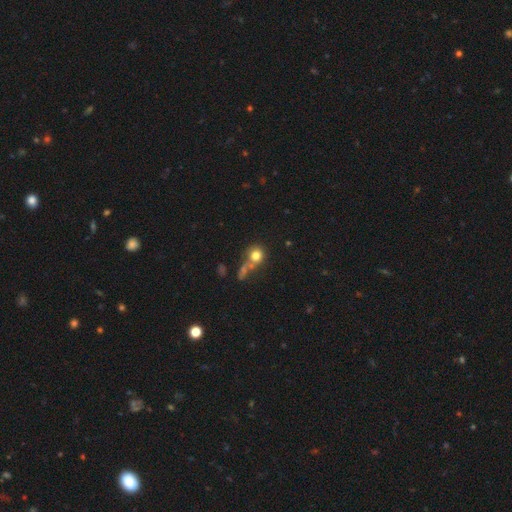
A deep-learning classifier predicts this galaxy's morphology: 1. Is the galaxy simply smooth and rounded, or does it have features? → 76% smooth, 12% star or artifact, 12% featured or disk.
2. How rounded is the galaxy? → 84% round, 14% in between, 2% cigar-shaped.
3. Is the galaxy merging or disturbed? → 46% none, 32% merger, 12% minor disturbance, 9% major disturbance.